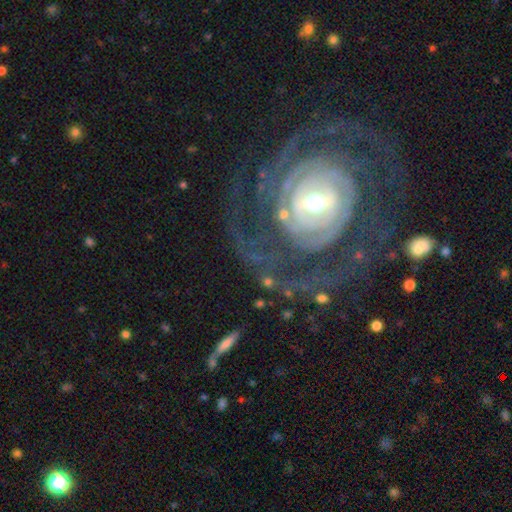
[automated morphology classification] smooth_or_featured: featured or disk (p=0.87) [alt: smooth p=0.07]
disk_edge_on: no (p=0.97) [alt: yes p=0.03]
bar: no (p=0.38) [alt: weak p=0.35]
has_spiral_arms: yes (p=0.93) [alt: no p=0.07]
spiral_winding: tight (p=0.73) [alt: medium p=0.20]
spiral_arm_count: can't tell (p=0.29) [alt: 2 p=0.27]
bulge_size: moderate (p=0.53) [alt: small p=0.36]
merging: none (p=0.70) [alt: major disturbance p=0.15]